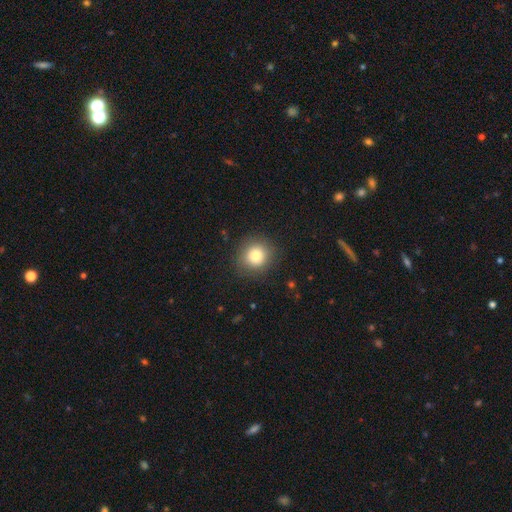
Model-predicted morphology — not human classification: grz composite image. It shows a smooth galaxy with no disk features (82%) that is round (88%). Merging: none (87%).